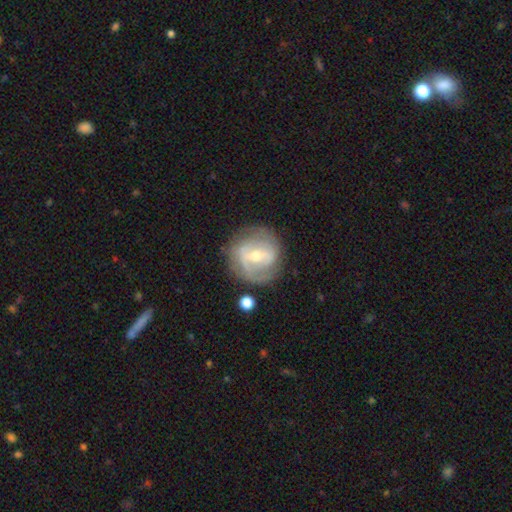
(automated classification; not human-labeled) The model was most divided on "bar": weak: 46%, strong: 32%, no: 22%. More confident: edge-on disk — no (96%); spiral arms — yes (76%); smooth or featured — featured or disk (73%); merging — none (72%); bulge size — moderate (56%); spiral arm count — 2 (54%); spiral winding — tight (50%).